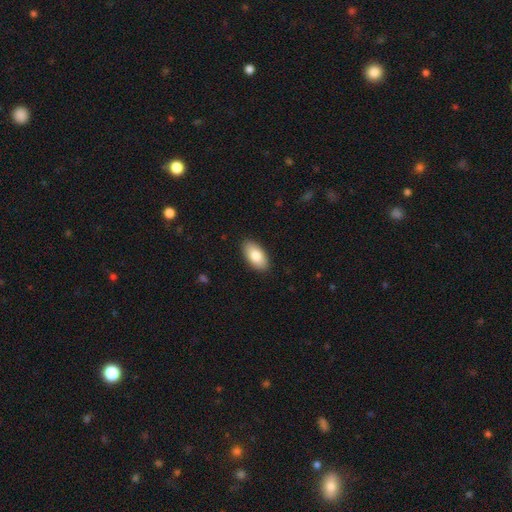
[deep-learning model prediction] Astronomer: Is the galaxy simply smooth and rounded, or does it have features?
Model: smooth — 83%.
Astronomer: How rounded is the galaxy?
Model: in between — 94%.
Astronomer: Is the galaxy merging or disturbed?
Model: none — 89%.